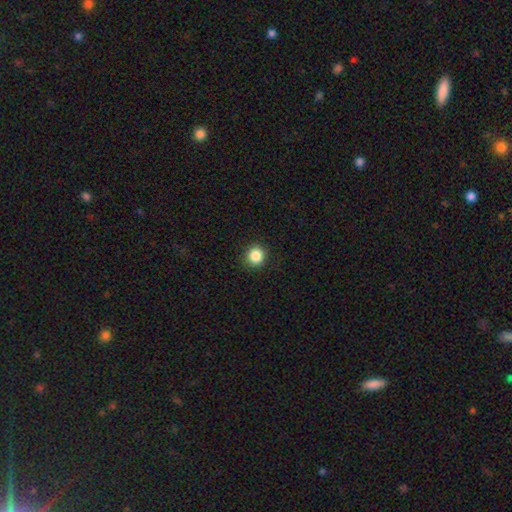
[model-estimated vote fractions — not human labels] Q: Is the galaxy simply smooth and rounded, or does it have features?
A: smooth — 87%.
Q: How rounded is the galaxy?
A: round — 91%.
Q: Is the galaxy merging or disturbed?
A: none — 91%.